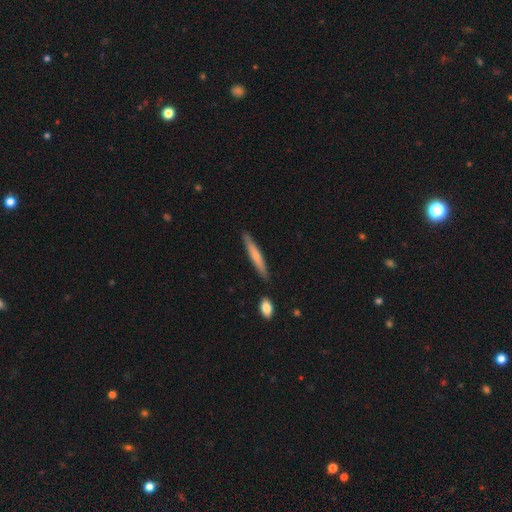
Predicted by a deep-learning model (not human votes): Morphology: type=smooth (63%); roundness=cigar-shaped (94%); merging=none (87%).